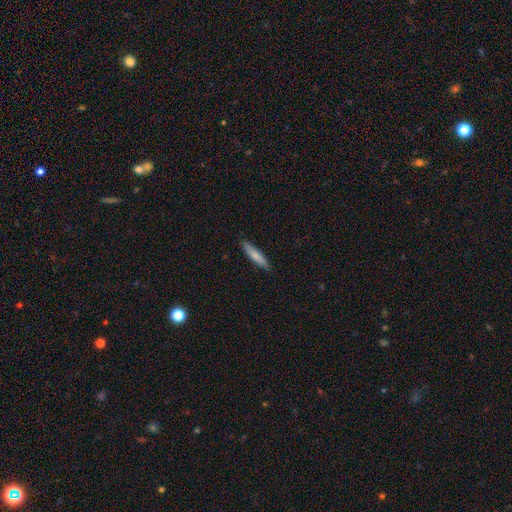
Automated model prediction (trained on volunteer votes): Overall: smooth (74%). How rounded: cigar-shaped (86%). Merging: none (89%).